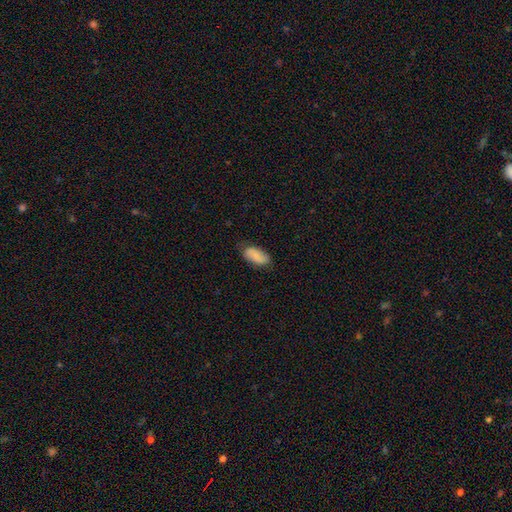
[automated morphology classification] The model was most divided on "merging": none: 74%, minor disturbance: 21%, major disturbance: 4%, merger: 1%. More confident: how rounded — in between (93%); smooth or featured — smooth (79%).